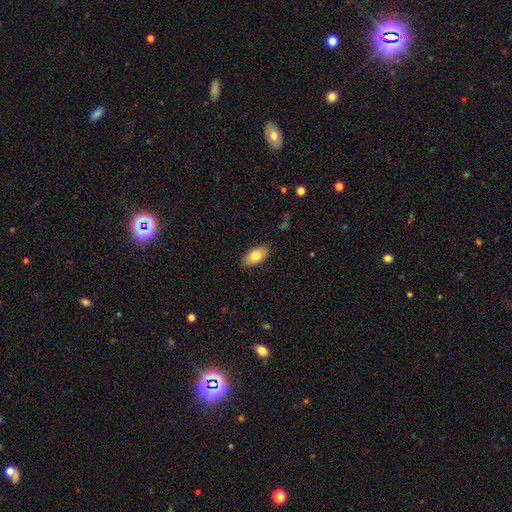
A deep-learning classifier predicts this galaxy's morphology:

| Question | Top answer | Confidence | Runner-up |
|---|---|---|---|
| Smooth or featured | smooth | 79% | featured or disk (14%) |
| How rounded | in between | 92% | cigar-shaped (5%) |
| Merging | none | 88% | minor disturbance (9%) |